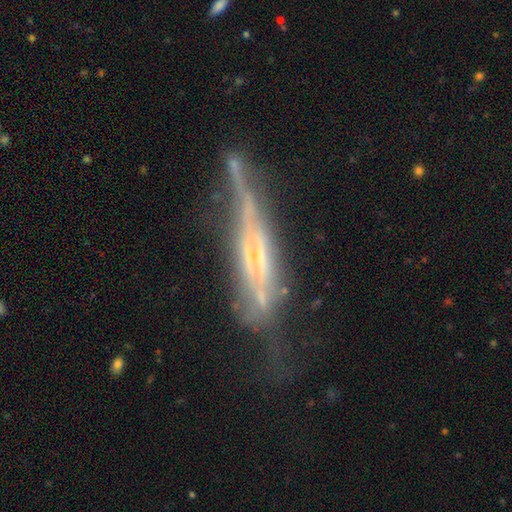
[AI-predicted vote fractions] A featured or disk galaxy (73%) viewed edge-on (81%) with no central bulge (39%).

Vote fractions:
- Smooth or featured? featured or disk: 73% / smooth: 18% / star or artifact: 9%
- Edge-on disk? yes: 81% / no: 19%
- Edge-on bulge? none: 39% / rounded: 32% / boxy: 28%
- Merging? none: 39% / minor disturbance: 27% / major disturbance: 26% / merger: 9%